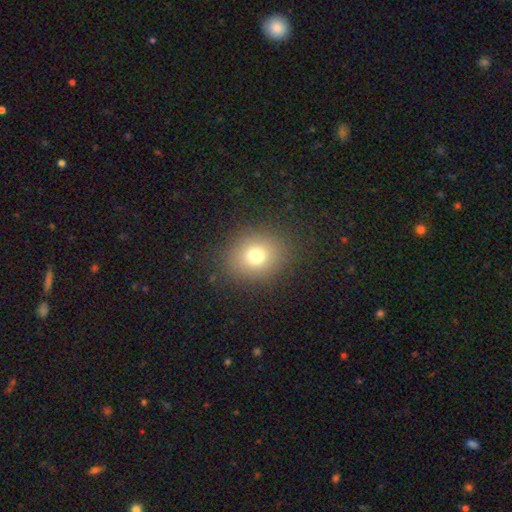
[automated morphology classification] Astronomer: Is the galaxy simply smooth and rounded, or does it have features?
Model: smooth — 74%.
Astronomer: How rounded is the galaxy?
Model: round — 68%.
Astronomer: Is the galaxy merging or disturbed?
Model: none — 86%.